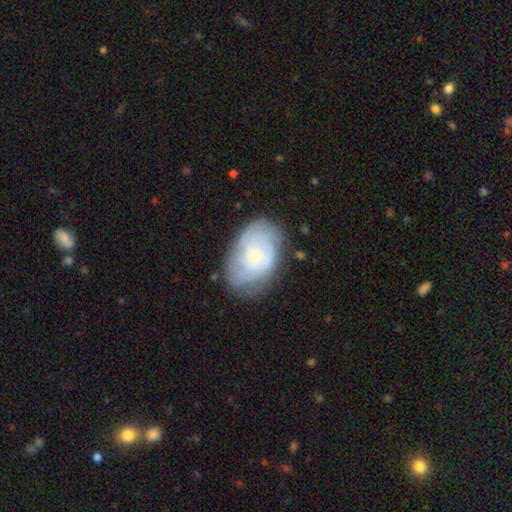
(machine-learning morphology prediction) This appears to be a featured or disk galaxy (62%) with no bar (80%), spiral arms (79%) and a small central bulge (79%). Merging: none (68%).